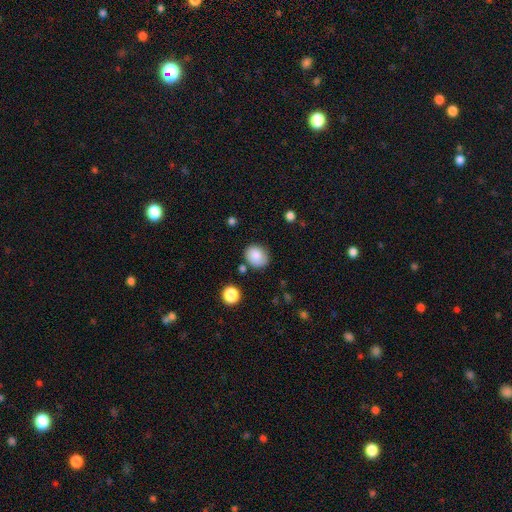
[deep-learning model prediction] Morphology: type=smooth (83%); roundness=round (58%); merging=none (75%).